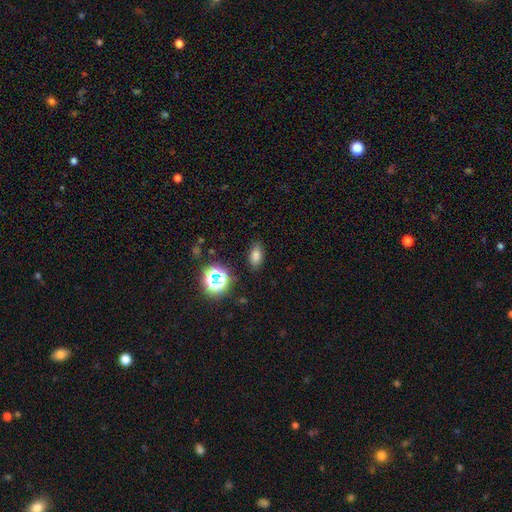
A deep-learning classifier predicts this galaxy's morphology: smooth_or_featured: smooth (p=0.74) [alt: star or artifact p=0.18]
how_rounded: in between (p=0.85) [alt: round p=0.11]
merging: none (p=0.84) [alt: minor disturbance p=0.10]